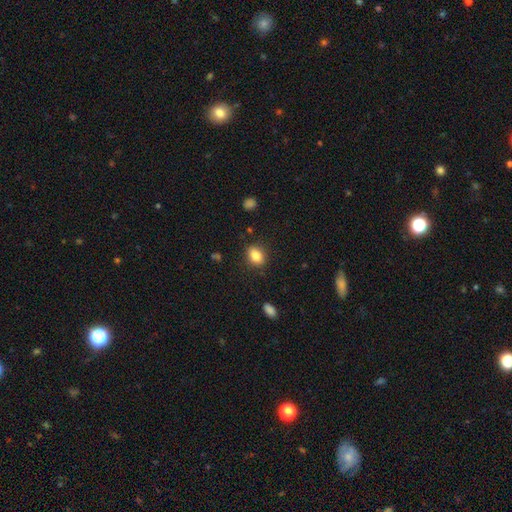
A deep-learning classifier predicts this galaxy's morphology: Smooth or featured?
  - smooth: 85% *
  - star or artifact: 9%
  - featured or disk: 6%
How rounded?
  - in between: 70% *
  - round: 29%
  - cigar-shaped: 1%
Merging?
  - none: 86% *
  - minor disturbance: 10%
  - major disturbance: 3%
  - merger: 1%